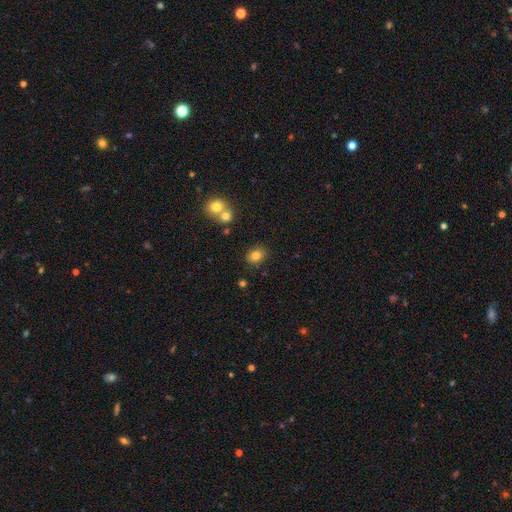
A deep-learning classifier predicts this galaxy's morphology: A smooth galaxy with no disk features (81%) that is round (54%). Merging: none (83%).